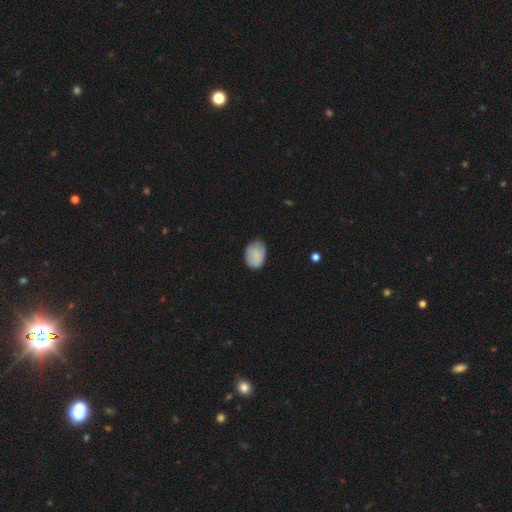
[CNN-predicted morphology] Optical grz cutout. It shows a smooth galaxy with no disk features (85%) that is in between round and cigar-shaped (76%). Merging: none (76%).